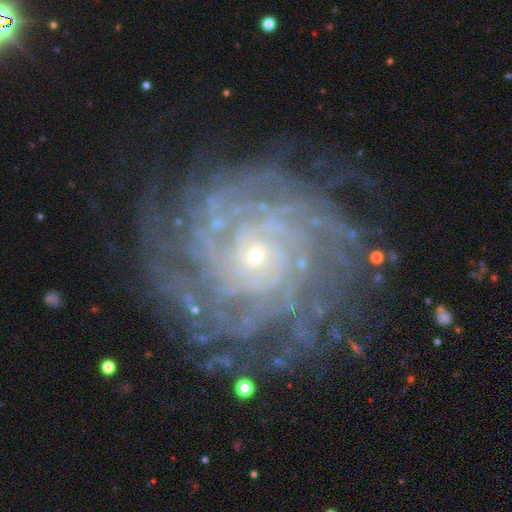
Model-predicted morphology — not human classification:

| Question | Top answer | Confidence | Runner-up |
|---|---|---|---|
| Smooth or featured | featured or disk | 89% | star or artifact (6%) |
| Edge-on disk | no | 98% | yes (2%) |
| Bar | no | 78% | weak (16%) |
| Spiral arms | yes | 98% | no (2%) |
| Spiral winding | tight | 81% | medium (16%) |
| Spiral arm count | more than 4 | 33% | can't tell (23%) |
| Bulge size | small | 79% | moderate (17%) |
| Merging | none | 81% | minor disturbance (12%) |